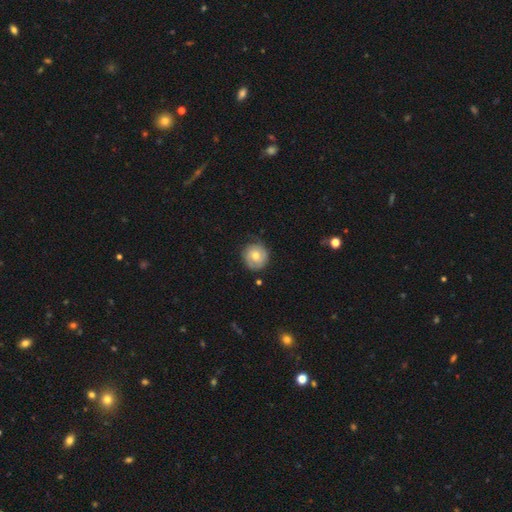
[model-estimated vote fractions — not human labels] A smooth galaxy with no disk features (49%). Merging: none (75%).